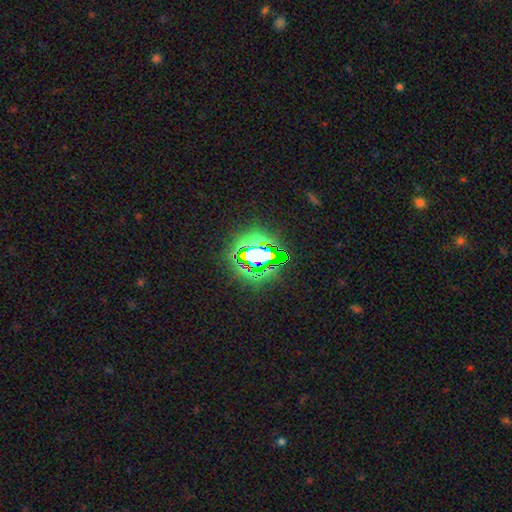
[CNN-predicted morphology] star or artifact 68%, smooth 19%, featured or disk 13%.